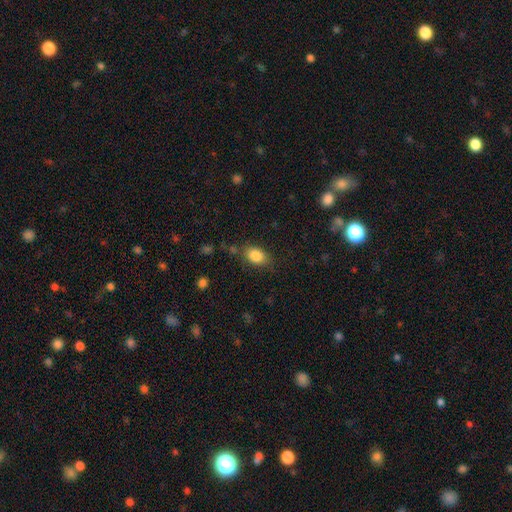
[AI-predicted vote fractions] Morphology: type=smooth (85%); roundness=in between (81%); merging=none (76%).